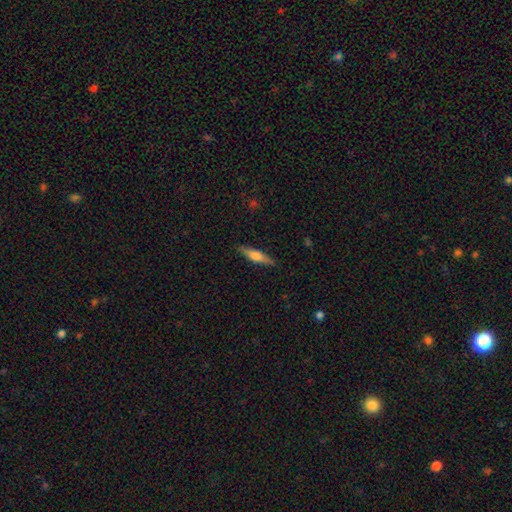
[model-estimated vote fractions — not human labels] Smooth or featured: smooth — 55% (featured or disk — 39%)
How rounded: cigar-shaped — 73% (in between — 25%)
Merging: none — 86% (minor disturbance — 11%)